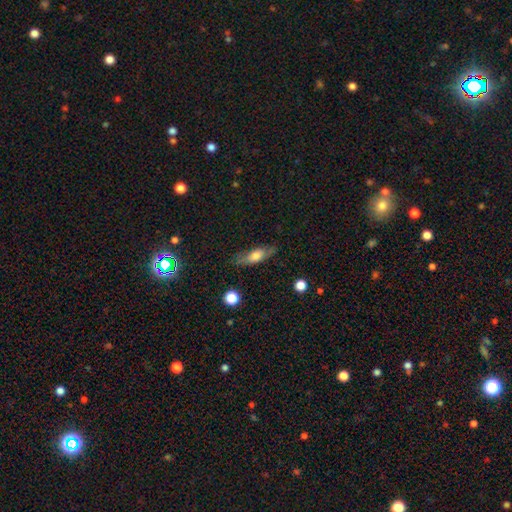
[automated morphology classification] smooth-or-featured: smooth: 58% | featured or disk: 34% | star or artifact: 8%
  how-rounded: in between: 56% | cigar-shaped: 40% | round: 4%
  merging: none: 75% | minor disturbance: 18% | major disturbance: 6% | merger: 2%